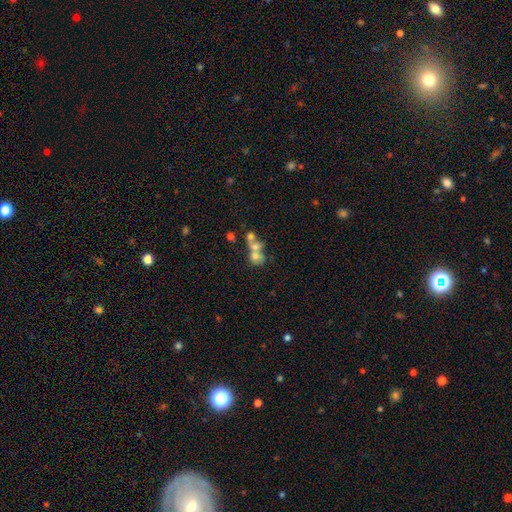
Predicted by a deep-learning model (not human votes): This is likely a smooth galaxy (62%). How rounded: likely round (67%). Merging: likely merger (64%).